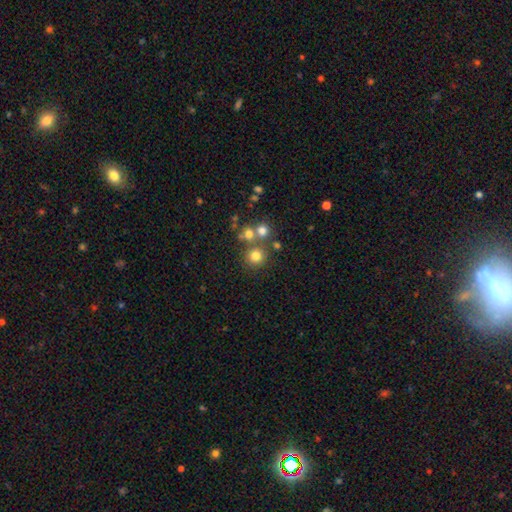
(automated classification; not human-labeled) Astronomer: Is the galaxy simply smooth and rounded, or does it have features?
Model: smooth — 74%.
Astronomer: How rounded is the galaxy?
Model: round — 90%.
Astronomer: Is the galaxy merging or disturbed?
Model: none — 66%.